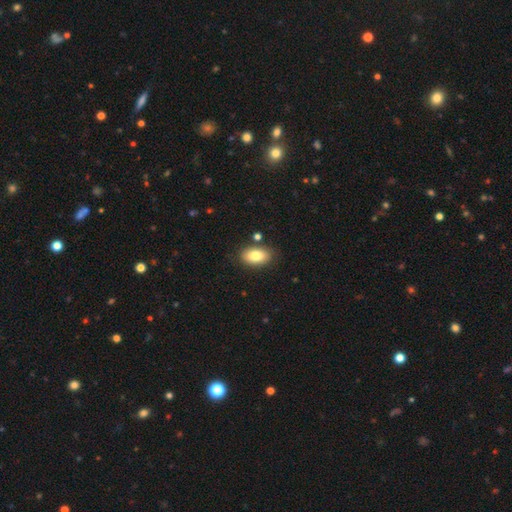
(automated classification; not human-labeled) smooth 82%, featured or disk 11%, star or artifact 8%. Down the decision tree: how rounded — in between (91%); merging — none (82%).